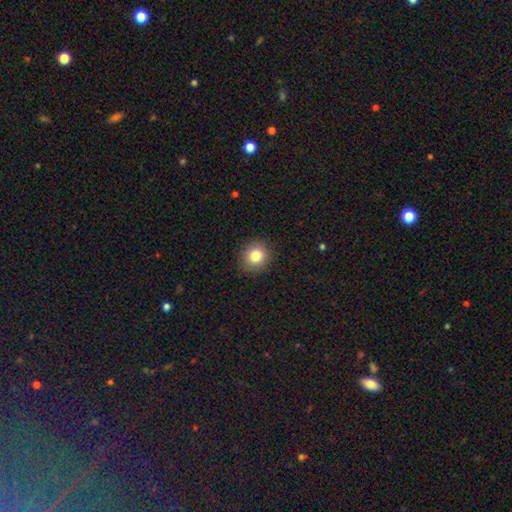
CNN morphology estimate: Smooth or featured?
  - smooth: 82% *
  - star or artifact: 11%
  - featured or disk: 7%
How rounded?
  - round: 85% *
  - in between: 15%
  - cigar-shaped: 1%
Merging?
  - none: 90% *
  - minor disturbance: 6%
  - major disturbance: 2%
  - merger: 1%